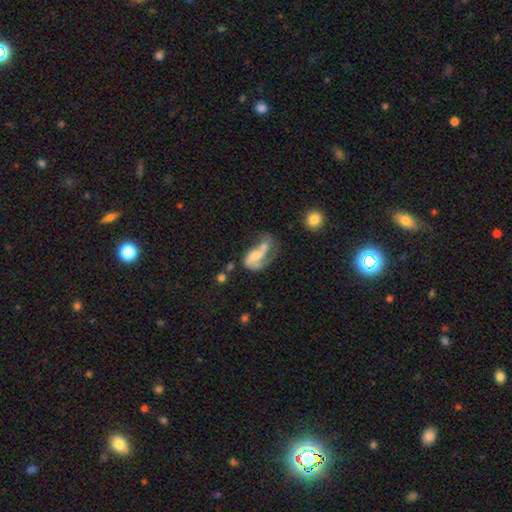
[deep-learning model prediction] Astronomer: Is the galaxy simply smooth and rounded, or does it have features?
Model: featured or disk — 60%.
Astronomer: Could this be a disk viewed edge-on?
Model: no — 96%.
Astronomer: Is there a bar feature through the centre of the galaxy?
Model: no — 54% (runner-up: weak, 32%).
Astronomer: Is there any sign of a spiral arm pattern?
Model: yes — 74%.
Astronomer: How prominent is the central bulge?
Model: small — 37% (runner-up: moderate, 35%).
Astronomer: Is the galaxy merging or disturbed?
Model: major disturbance — 41% (runner-up: none, 22%).